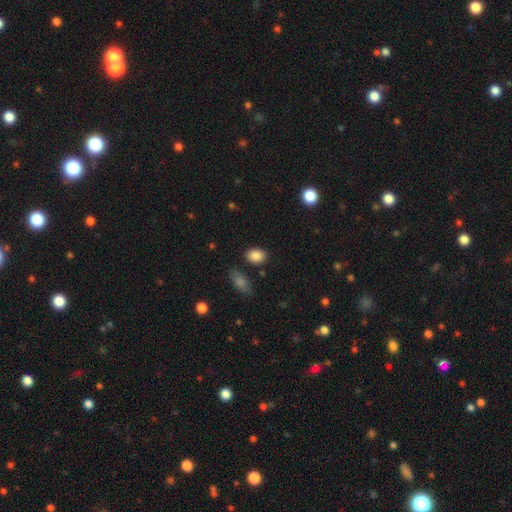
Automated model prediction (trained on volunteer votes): The model was most divided on "how rounded": in between: 70%, round: 29%, cigar-shaped: 1%. More confident: smooth or featured — smooth (87%); merging — none (82%).